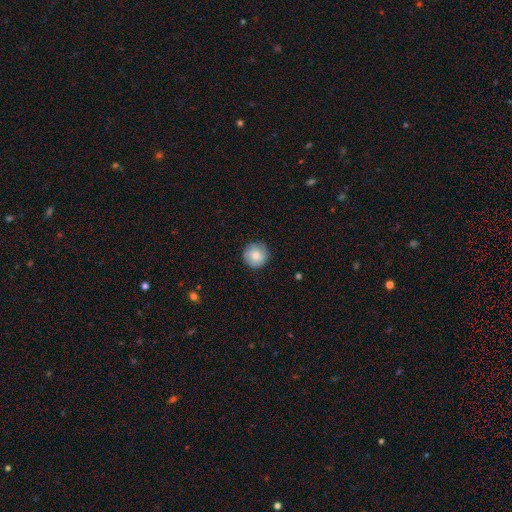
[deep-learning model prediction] A smooth galaxy with no disk features (80%) that is round (94%).

Vote fractions:
- Smooth or featured? smooth: 80% / featured or disk: 13% / star or artifact: 7%
- How rounded? round: 94% / in between: 5% / cigar-shaped: 1%
- Merging? none: 82% / minor disturbance: 14% / major disturbance: 3% / merger: 1%